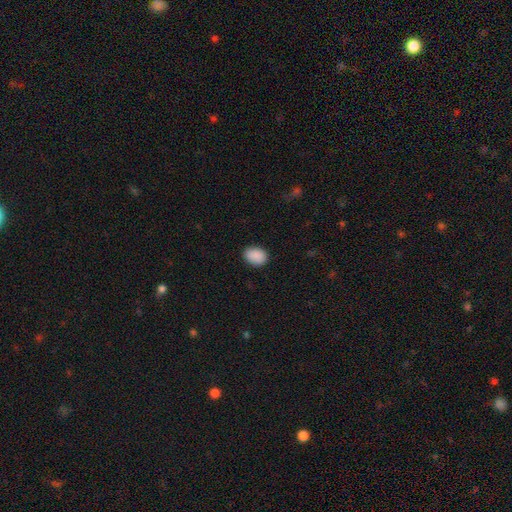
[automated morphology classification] A smooth galaxy with no disk features (90%) that is in between round and cigar-shaped (65%). Merging: none (86%).